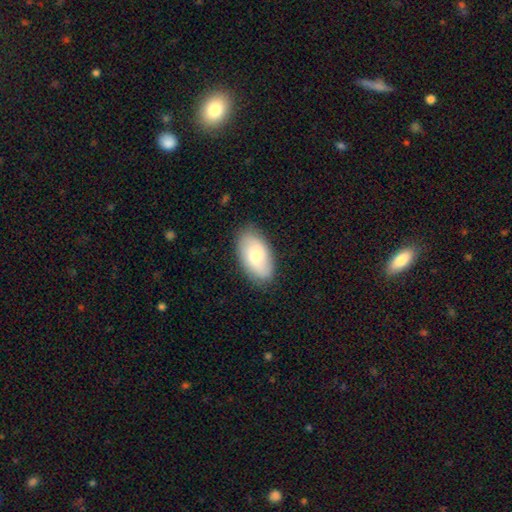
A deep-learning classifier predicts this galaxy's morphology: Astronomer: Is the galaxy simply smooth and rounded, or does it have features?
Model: smooth — 68%.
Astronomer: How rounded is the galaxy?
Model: in between — 94%.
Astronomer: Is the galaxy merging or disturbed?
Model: none — 85%.